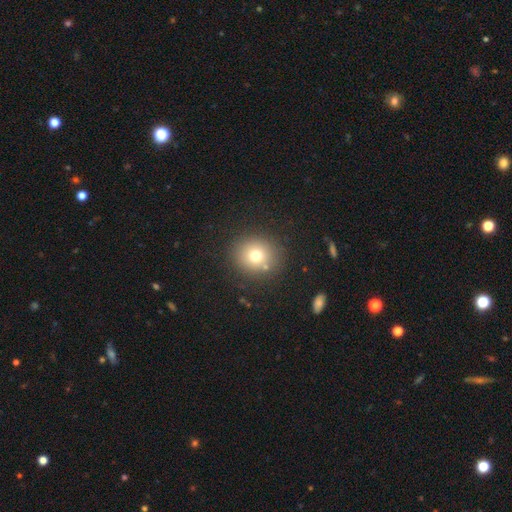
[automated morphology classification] A smooth galaxy with no disk features (72%) that is round (87%). Merging: none (84%).